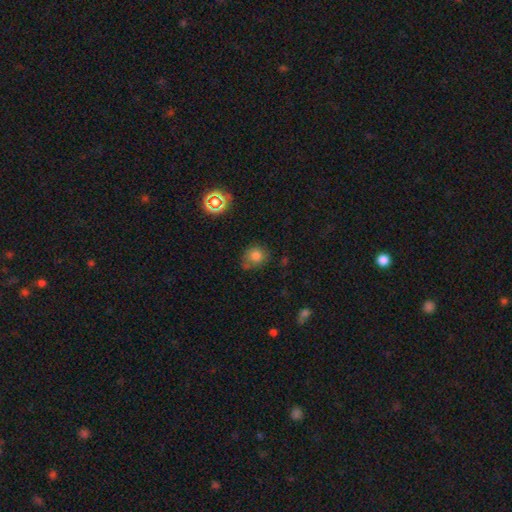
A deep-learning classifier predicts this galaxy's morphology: Smooth or featured? smooth (78%)
How rounded? round (76%)
Merging? none (65%)